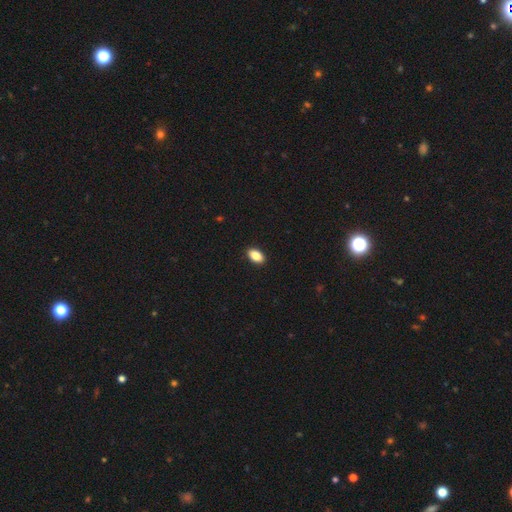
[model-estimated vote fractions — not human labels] Smooth or featured? smooth (86%)
How rounded? in between (92%)
Merging? none (91%)